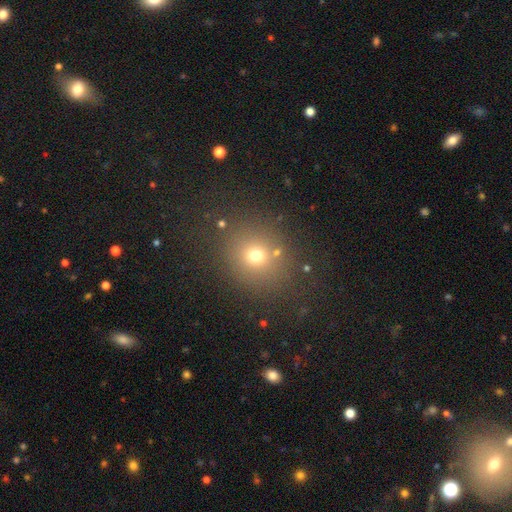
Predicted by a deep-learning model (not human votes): Smooth or featured? smooth (68%)
How rounded? round (79%)
Merging? none (80%)